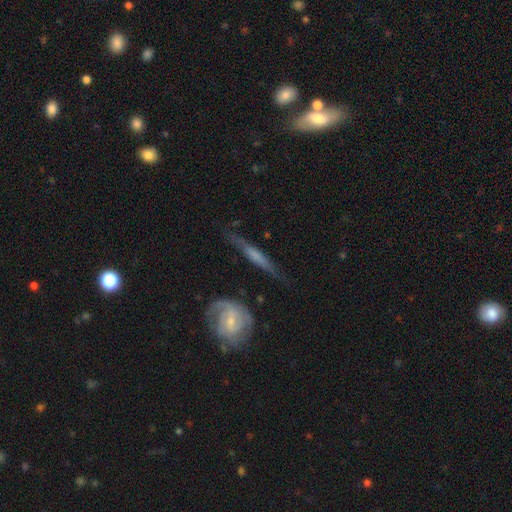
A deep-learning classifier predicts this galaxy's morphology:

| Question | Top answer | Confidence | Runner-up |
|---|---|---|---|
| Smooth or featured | featured or disk | 65% | smooth (29%) |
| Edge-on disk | yes | 79% | no (21%) |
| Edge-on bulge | none | 46% | rounded (30%) |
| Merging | none | 71% | minor disturbance (19%) |